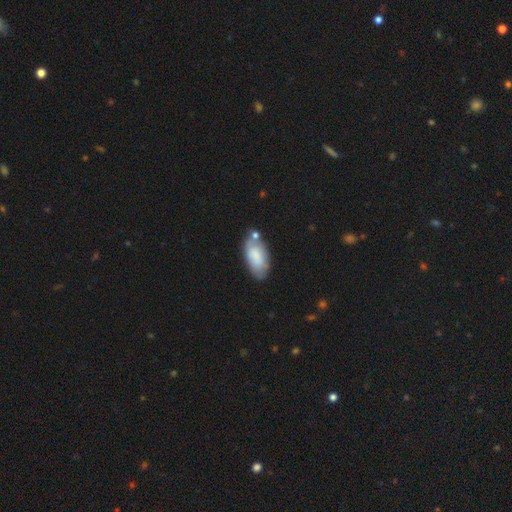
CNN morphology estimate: Smooth or featured?
  - smooth: 70% *
  - featured or disk: 23%
  - star or artifact: 6%
How rounded?
  - in between: 92% *
  - cigar-shaped: 6%
  - round: 2%
Merging?
  - none: 58% *
  - minor disturbance: 21%
  - merger: 15%
  - major disturbance: 6%